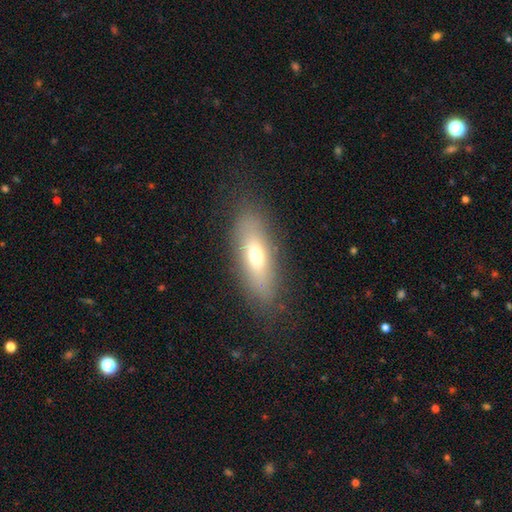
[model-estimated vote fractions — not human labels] Overall: smooth (64%; featured or disk 27%). How rounded: in between (59%; cigar-shaped 37%). Merging: none (83%).